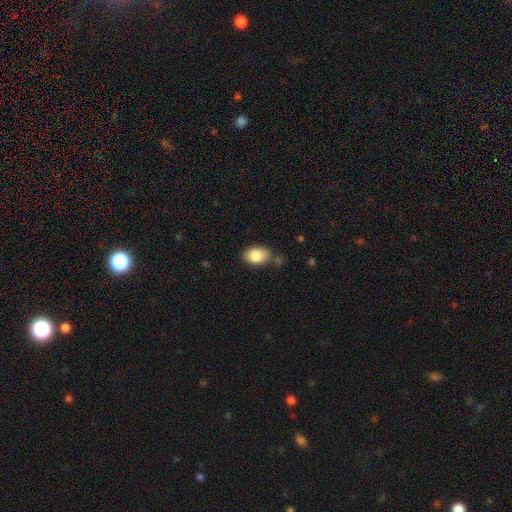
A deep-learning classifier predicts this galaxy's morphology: Smooth or featured: smooth — 85% (star or artifact — 8%)
How rounded: in between — 81% (round — 17%)
Merging: none — 73% (minor disturbance — 17%)